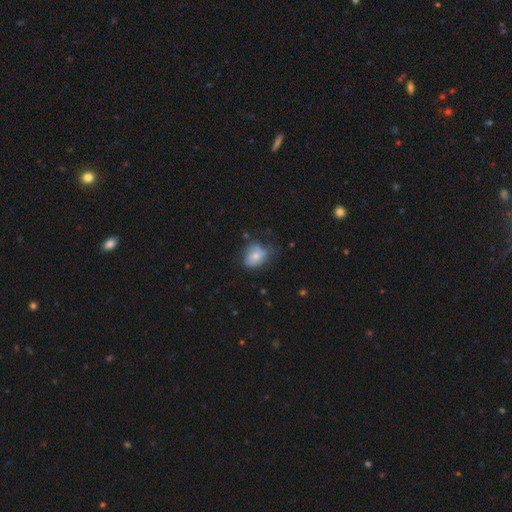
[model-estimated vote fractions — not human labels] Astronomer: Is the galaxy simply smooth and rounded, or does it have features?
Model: smooth — 63%.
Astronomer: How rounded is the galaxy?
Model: in between — 68%.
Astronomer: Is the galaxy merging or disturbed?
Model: none — 43% (runner-up: minor disturbance, 35%).